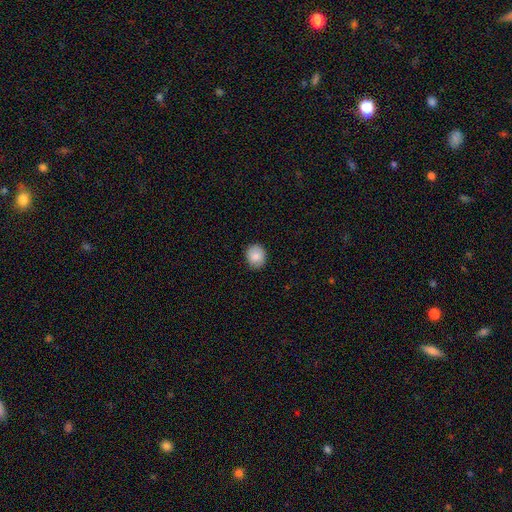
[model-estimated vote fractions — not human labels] Morphology: type=smooth (87%); roundness=round (71%); merging=none (88%).